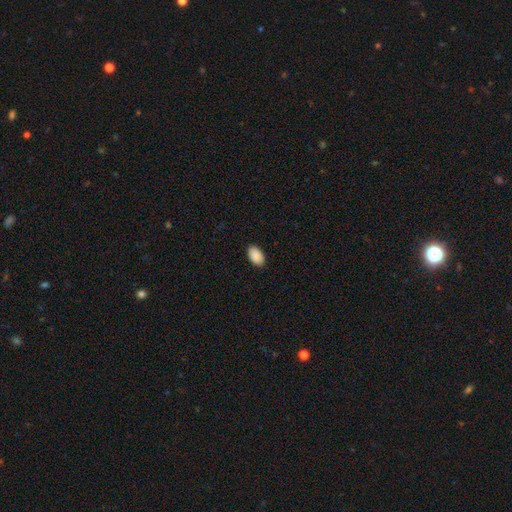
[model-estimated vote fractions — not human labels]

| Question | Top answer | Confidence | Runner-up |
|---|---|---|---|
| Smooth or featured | smooth | 91% | star or artifact (6%) |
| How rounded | in between | 93% | round (6%) |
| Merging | none | 89% | minor disturbance (8%) |